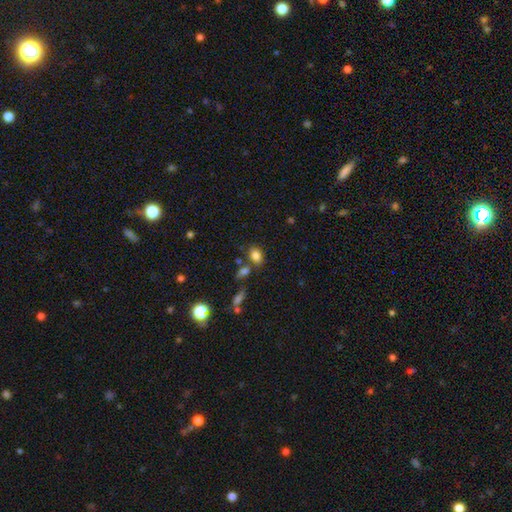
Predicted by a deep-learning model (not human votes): Smooth or featured? Predicted: smooth (p=0.82). How rounded? Predicted: in between (p=0.74). Merging? Predicted: none (p=0.69).